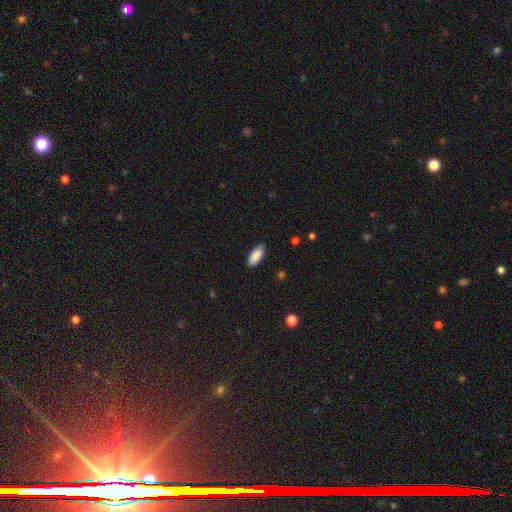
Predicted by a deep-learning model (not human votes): smooth_or_featured: smooth (p=0.89) [alt: star or artifact p=0.06]
how_rounded: in between (p=0.88) [alt: cigar-shaped p=0.10]
merging: none (p=0.86) [alt: minor disturbance p=0.11]